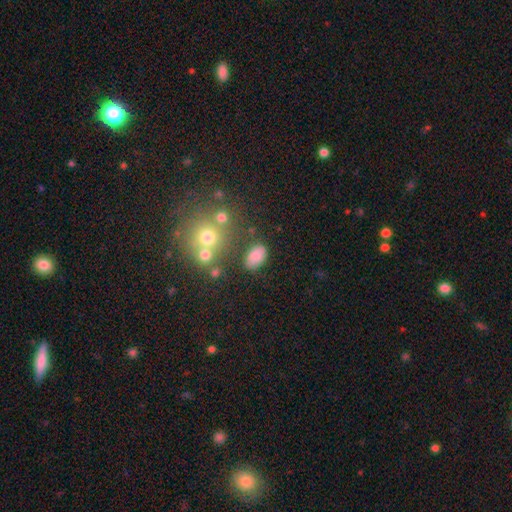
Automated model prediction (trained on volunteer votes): Smooth or featured?
  - smooth: 79% *
  - star or artifact: 11%
  - featured or disk: 10%
How rounded?
  - in between: 90% *
  - round: 9%
  - cigar-shaped: 1%
Merging?
  - none: 76% *
  - minor disturbance: 15%
  - merger: 5%
  - major disturbance: 5%